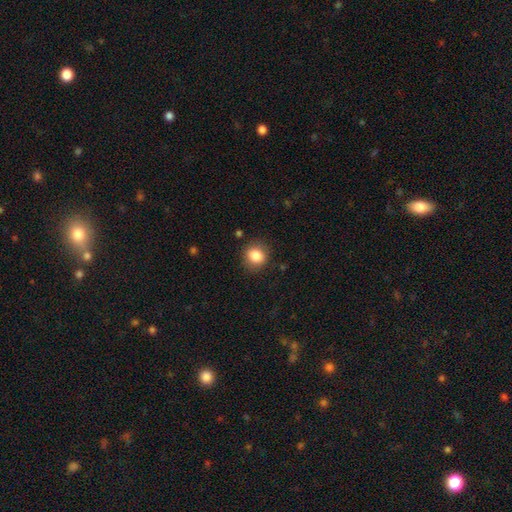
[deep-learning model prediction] This appears to be a smooth galaxy with no disk features (84%) that is round (73%). Merging: none (84%).